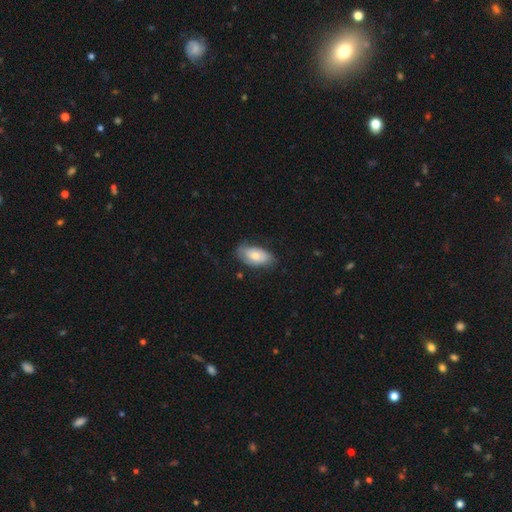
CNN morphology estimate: The model was most divided on "smooth or featured": smooth: 67%, featured or disk: 27%, star or artifact: 6%. More confident: how rounded — in between (93%); merging — none (67%).